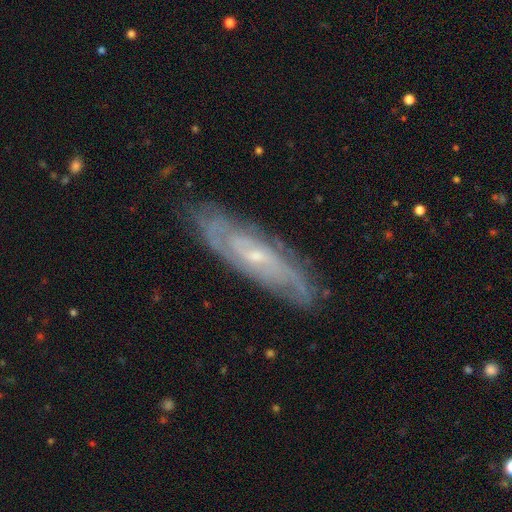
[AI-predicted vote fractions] smooth_or_featured: featured or disk (p=0.84) [alt: smooth p=0.10]
disk_edge_on: no (p=0.80) [alt: yes p=0.20]
bar: no (p=0.59) [alt: weak p=0.34]
has_spiral_arms: yes (p=0.95) [alt: no p=0.05]
spiral_winding: tight (p=0.59) [alt: medium p=0.33]
spiral_arm_count: can't tell (p=0.38) [alt: 2 p=0.33]
bulge_size: small (p=0.78) [alt: moderate p=0.18]
merging: none (p=0.82) [alt: minor disturbance p=0.14]